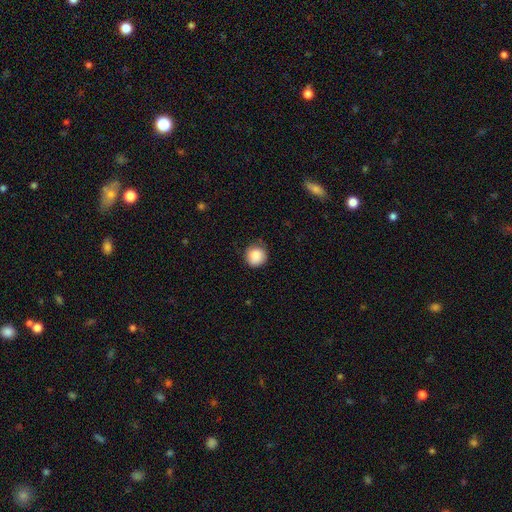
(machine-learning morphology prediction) Smooth or featured? smooth (88%)
How rounded? round (93%)
Merging? none (79%)